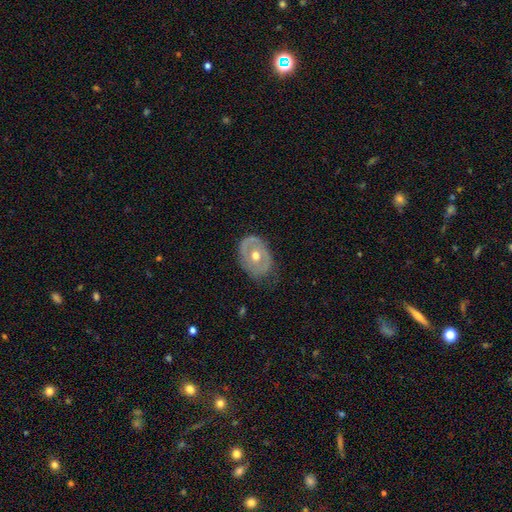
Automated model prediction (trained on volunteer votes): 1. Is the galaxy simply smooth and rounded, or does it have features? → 63% featured or disk, 31% smooth, 6% star or artifact.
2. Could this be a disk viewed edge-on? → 94% no, 6% yes.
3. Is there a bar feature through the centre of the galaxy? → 81% no, 14% weak, 4% strong.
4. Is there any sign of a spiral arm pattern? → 67% no, 33% yes.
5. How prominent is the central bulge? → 80% moderate, 12% small, 5% large, 1% none, 1% dominant.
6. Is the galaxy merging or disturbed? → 65% none, 26% minor disturbance, 8% major disturbance, 1% merger.